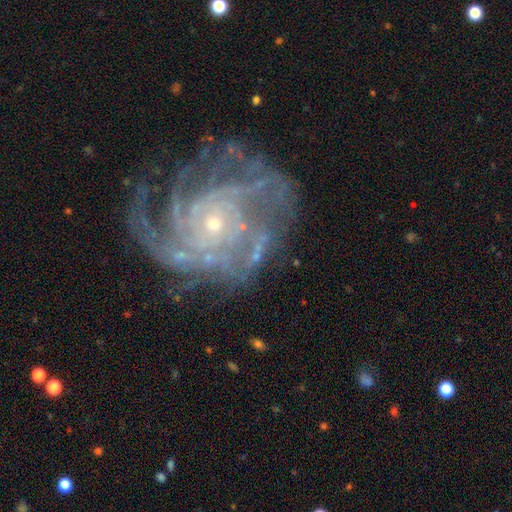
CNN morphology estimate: The model was most divided on "spiral arm count": 4: 25%, can't tell: 22%, more than 4: 20%, 3: 16%, 2: 10%, 1: 7%. More confident: edge-on disk — no (97%); spiral arms — yes (97%); smooth or featured — featured or disk (89%); bulge size — small (80%); bar — no (78%); merging — none (69%); spiral winding — tight (66%).